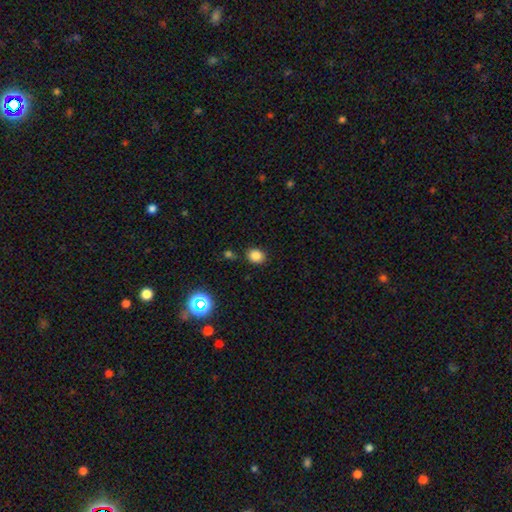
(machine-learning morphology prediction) Overall: smooth (82%). How rounded: round (59%; in between 40%). Merging: none (83%).